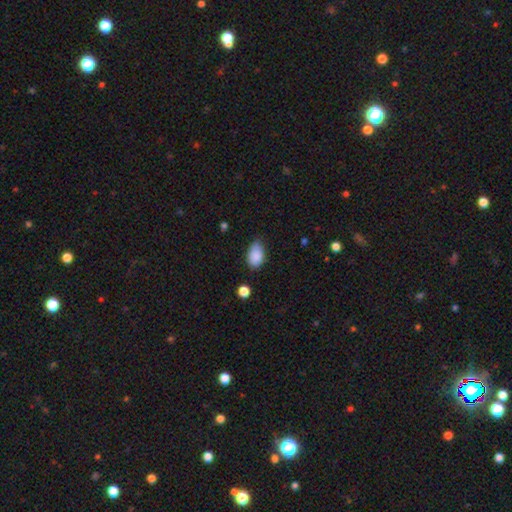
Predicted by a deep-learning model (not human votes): A smooth galaxy with no disk features (88%) that is in between round and cigar-shaped (90%). Merging: none (71%).